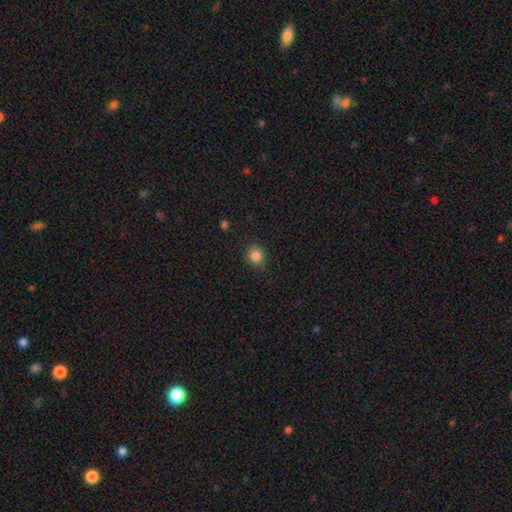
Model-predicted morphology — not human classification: A smooth galaxy with no disk features (85%) that is round (85%).

Vote fractions:
- Smooth or featured? smooth: 85% / star or artifact: 11% / featured or disk: 4%
- How rounded? round: 85% / in between: 14% / cigar-shaped: 1%
- Merging? none: 85% / minor disturbance: 11% / major disturbance: 3% / merger: 1%